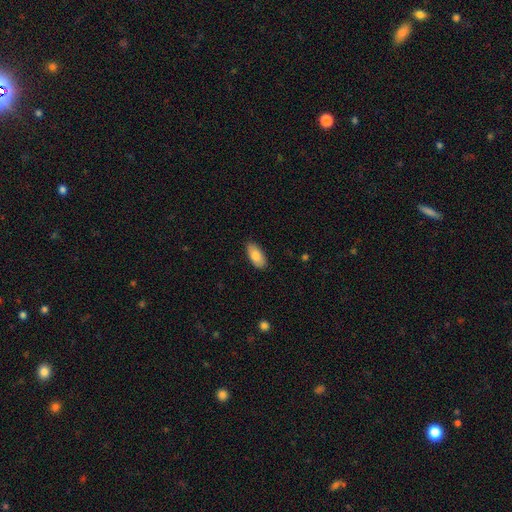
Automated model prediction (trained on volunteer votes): Smooth or featured: smooth — 84% (featured or disk — 9%)
How rounded: in between — 90% (cigar-shaped — 8%)
Merging: none — 86% (minor disturbance — 11%)